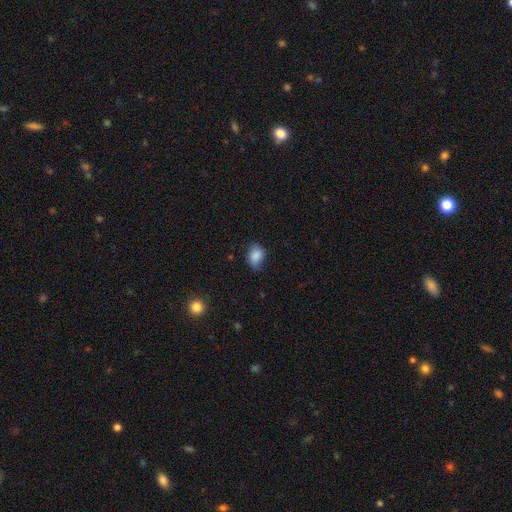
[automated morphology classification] A smooth galaxy with no disk features (87%) that is in between round and cigar-shaped (68%). Merging: none (68%).